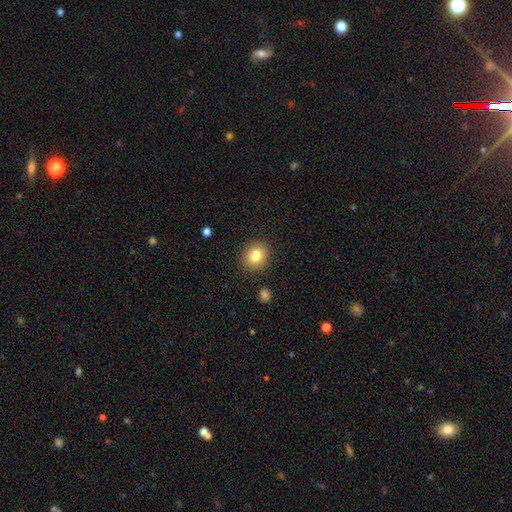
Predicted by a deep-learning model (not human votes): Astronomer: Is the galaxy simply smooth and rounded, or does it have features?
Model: smooth — 82%.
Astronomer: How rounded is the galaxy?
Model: round — 69%.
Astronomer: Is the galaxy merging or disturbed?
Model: none — 88%.